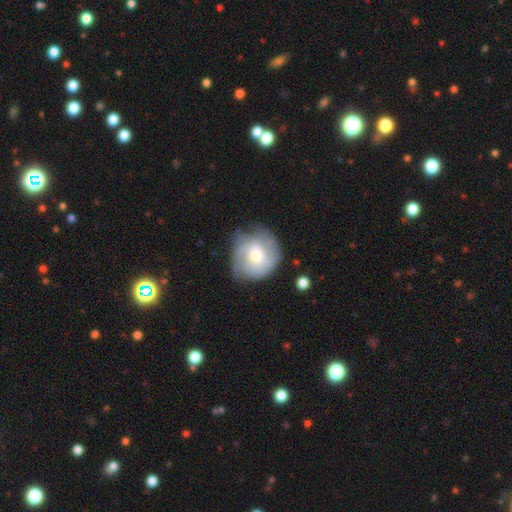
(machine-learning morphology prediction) featured or disk 61%, smooth 32%, star or artifact 7%. Down the decision tree: edge-on disk — no (97%); bar — no (64%); spiral arms — yes (83%); bulge size — moderate (55%); merging — none (65%).